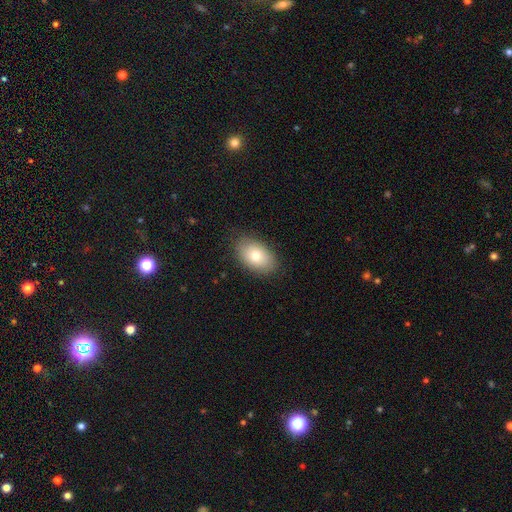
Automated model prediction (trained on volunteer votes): Q: Smooth or featured?
A: smooth (76%); runner-up: featured or disk (16%)
Q: How rounded?
A: in between (89%); runner-up: round (10%)
Q: Merging?
A: none (84%); runner-up: minor disturbance (12%)